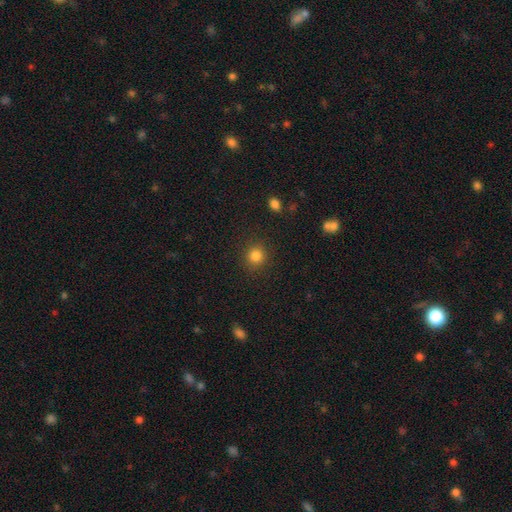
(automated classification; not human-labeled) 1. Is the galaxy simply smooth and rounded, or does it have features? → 83% smooth, 12% star or artifact, 5% featured or disk.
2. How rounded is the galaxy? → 91% round, 8% in between, 1% cigar-shaped.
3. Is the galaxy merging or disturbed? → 90% none, 6% minor disturbance, 2% major disturbance, 1% merger.